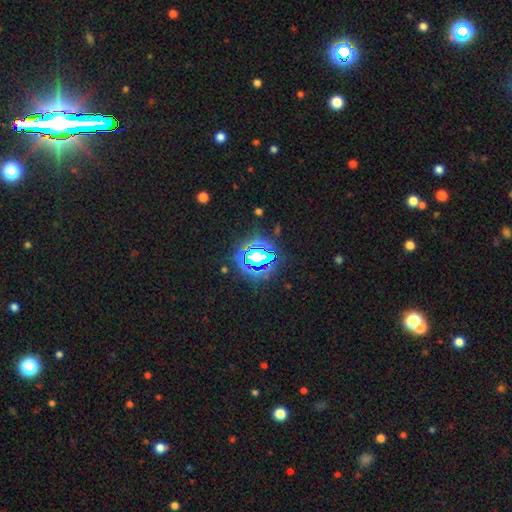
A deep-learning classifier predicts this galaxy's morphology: Smooth or featured?
  - star or artifact: 70% *
  - smooth: 20%
  - featured or disk: 10%